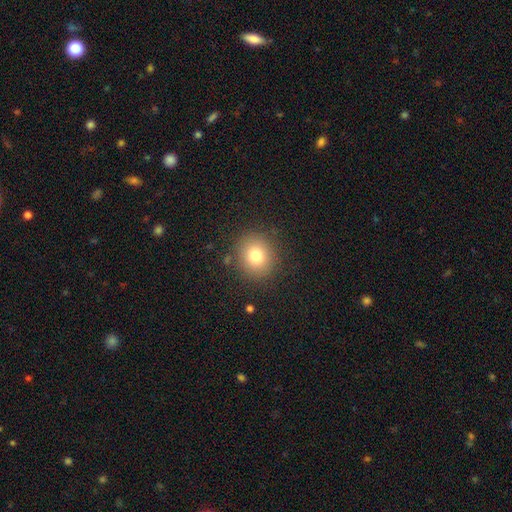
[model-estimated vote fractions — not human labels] Morphology: type=smooth (78%); roundness=round (86%); merging=none (87%).